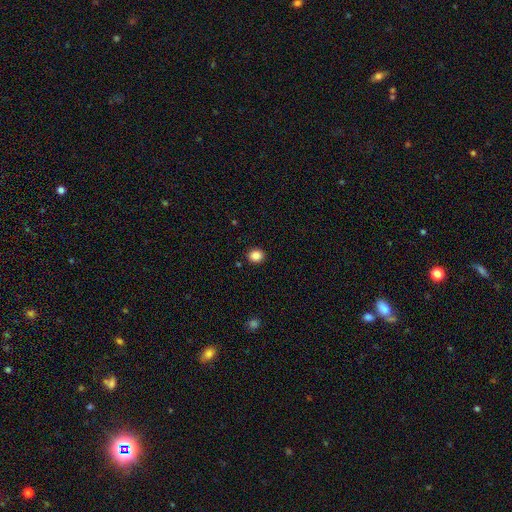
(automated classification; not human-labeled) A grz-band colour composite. It shows a smooth galaxy with no disk features (86%) that is round (78%). Merging: none (90%).